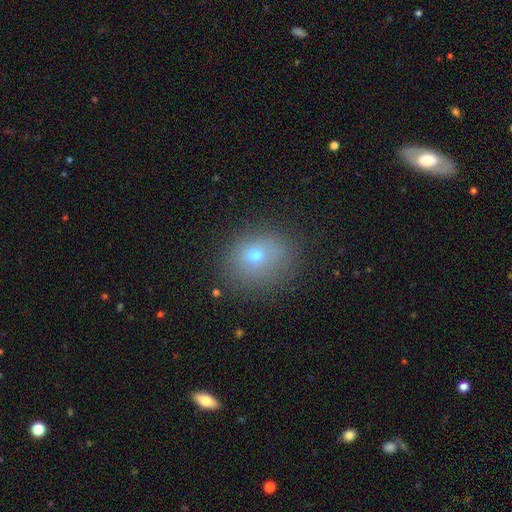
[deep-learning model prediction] This appears to be a smooth galaxy with no disk features (68%) that is round (68%). Merging: none (77%).